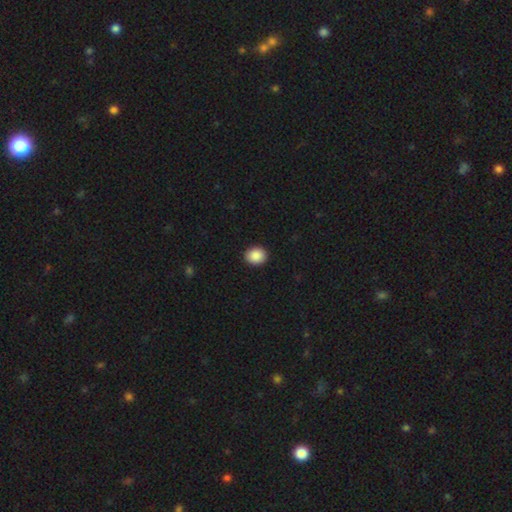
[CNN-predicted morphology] The model was most divided on "how rounded": round: 60%, in between: 39%, cigar-shaped: 1%. More confident: merging — none (92%); smooth or featured — smooth (89%).